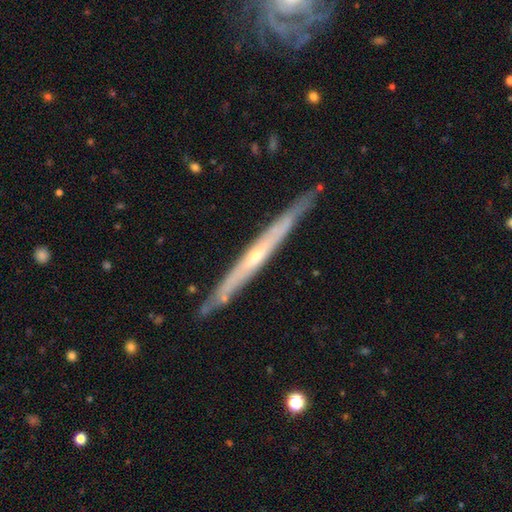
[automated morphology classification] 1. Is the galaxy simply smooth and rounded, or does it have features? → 77% featured or disk, 18% smooth, 5% star or artifact.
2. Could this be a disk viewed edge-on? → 94% yes, 6% no.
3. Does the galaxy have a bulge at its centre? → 58% rounded, 40% none, 3% boxy.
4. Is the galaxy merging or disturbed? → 85% none, 12% minor disturbance, 2% major disturbance, 2% merger.